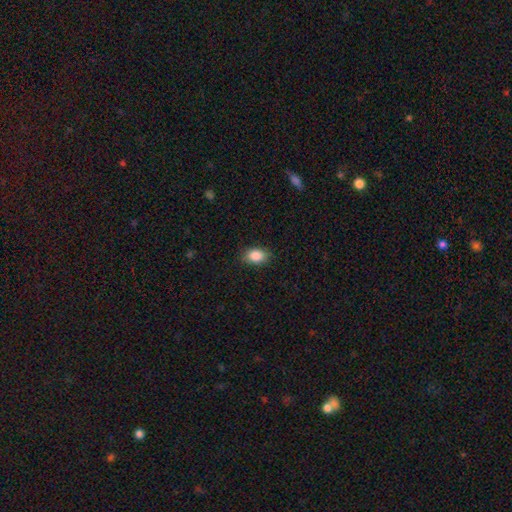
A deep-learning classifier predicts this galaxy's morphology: Smooth or featured? Predicted: smooth (p=0.88). How rounded? Predicted: in between (p=0.82). Merging? Predicted: none (p=0.85).